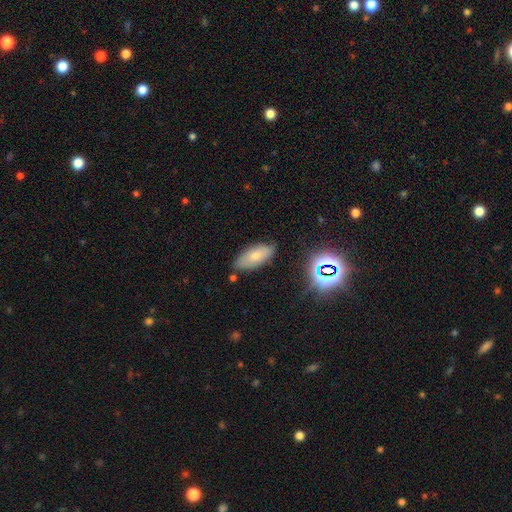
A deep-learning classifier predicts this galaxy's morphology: A smooth galaxy with no disk features (73%) that is in between round and cigar-shaped (89%).

Vote fractions:
- Smooth or featured? smooth: 73% / featured or disk: 16% / star or artifact: 10%
- How rounded? in between: 89% / cigar-shaped: 8% / round: 3%
- Merging? none: 76% / minor disturbance: 18% / major disturbance: 3% / merger: 3%